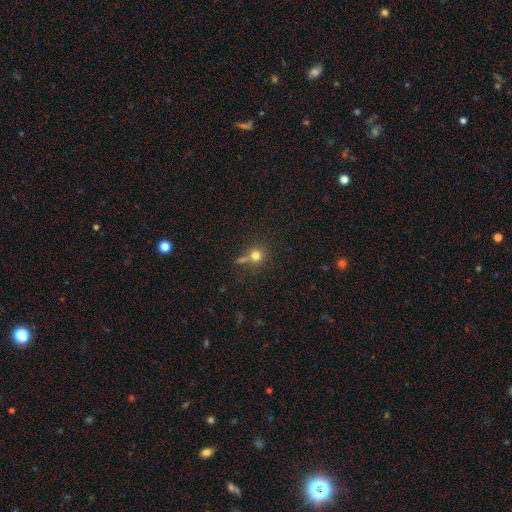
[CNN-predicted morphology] type=smooth (72%); roundness=round (89%); merging=none (62%).